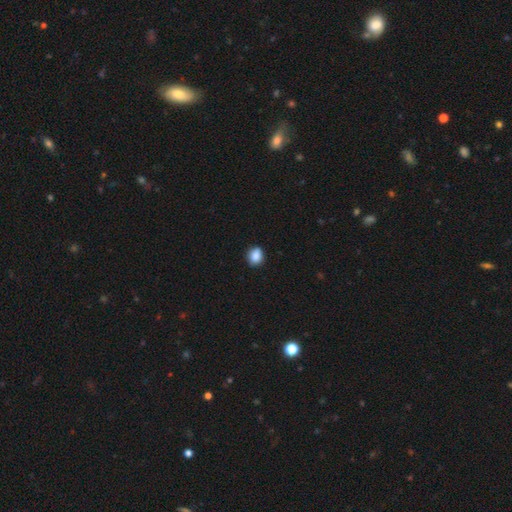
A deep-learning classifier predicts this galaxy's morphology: The model was most divided on "how rounded": round: 63%, in between: 36%, cigar-shaped: 1%. More confident: smooth or featured — smooth (87%); merging — none (86%).